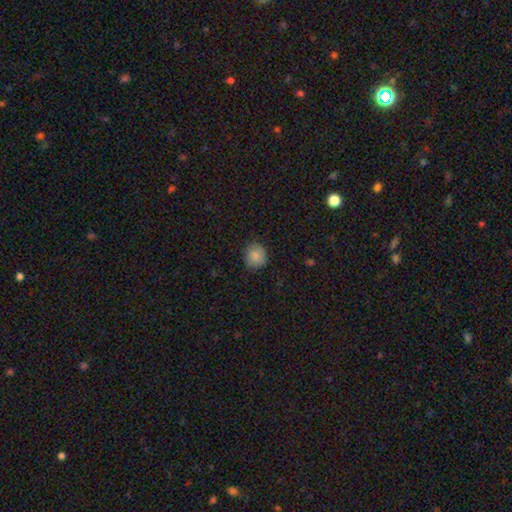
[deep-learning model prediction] A smooth galaxy with no disk features (86%) that is round (88%).

Vote fractions:
- Smooth or featured? smooth: 86% / star or artifact: 9% / featured or disk: 5%
- How rounded? round: 88% / in between: 11% / cigar-shaped: 1%
- Merging? none: 86% / minor disturbance: 11% / major disturbance: 2% / merger: 1%